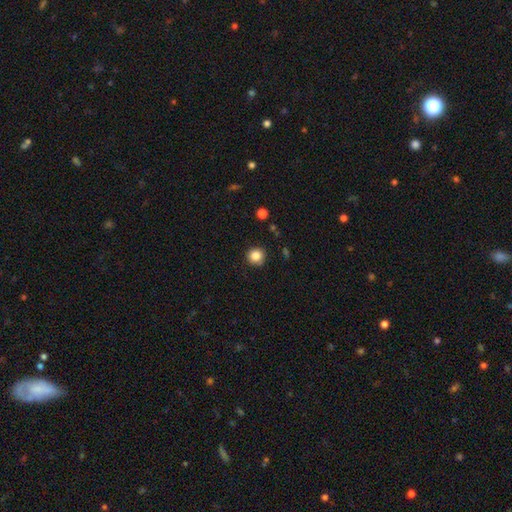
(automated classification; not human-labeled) Smooth or featured? smooth (85%)
How rounded? round (91%)
Merging? none (84%)